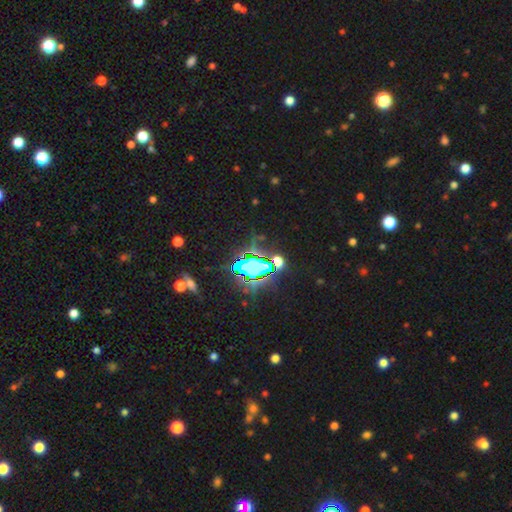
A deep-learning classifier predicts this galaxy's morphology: Smooth or featured? star or artifact (78%)